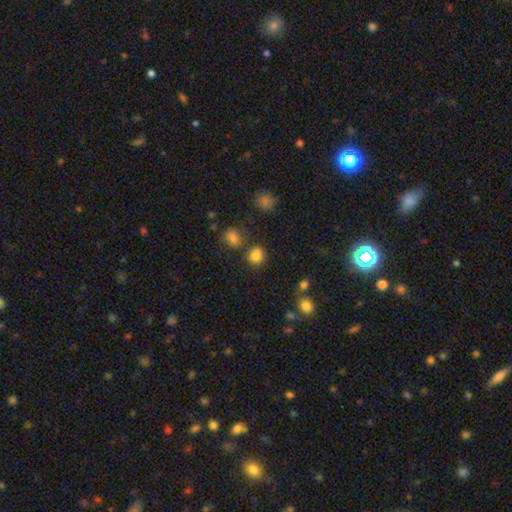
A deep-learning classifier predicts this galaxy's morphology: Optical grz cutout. It shows a smooth galaxy with no disk features (83%) that is round (83%). Merging: none (76%).